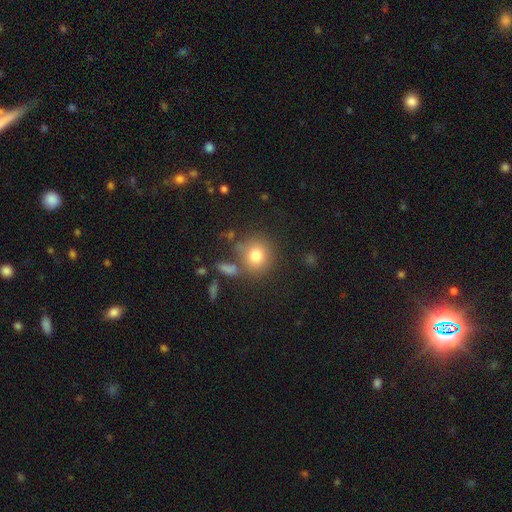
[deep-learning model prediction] Morphology: type=smooth (77%); roundness=round (88%); merging=none (71%).